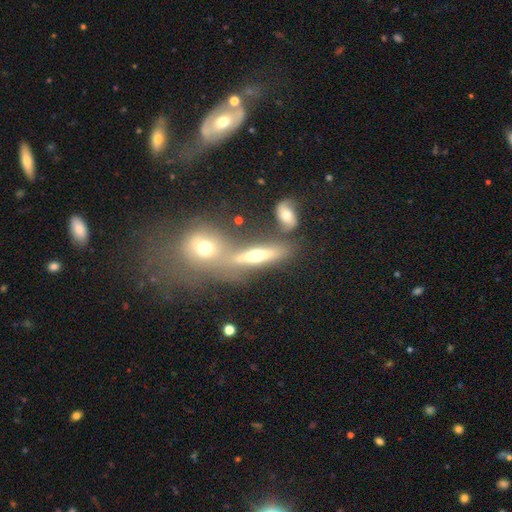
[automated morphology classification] type=featured or disk (45%); merging=none (44%).